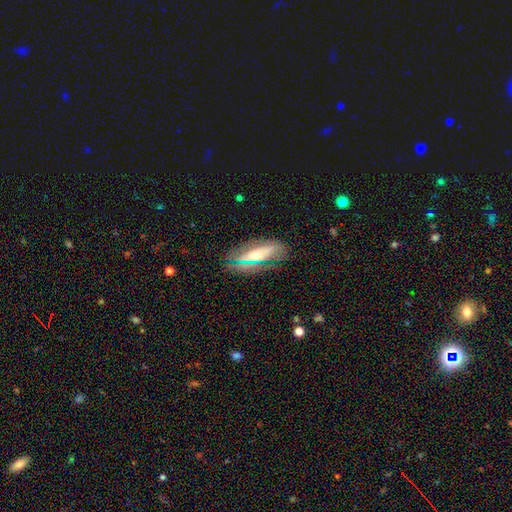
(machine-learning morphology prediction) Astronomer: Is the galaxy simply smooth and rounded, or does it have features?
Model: featured or disk — 59%.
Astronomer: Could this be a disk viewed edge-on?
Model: no — 59% (runner-up: yes, 41%).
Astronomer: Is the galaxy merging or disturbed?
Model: none — 74%.